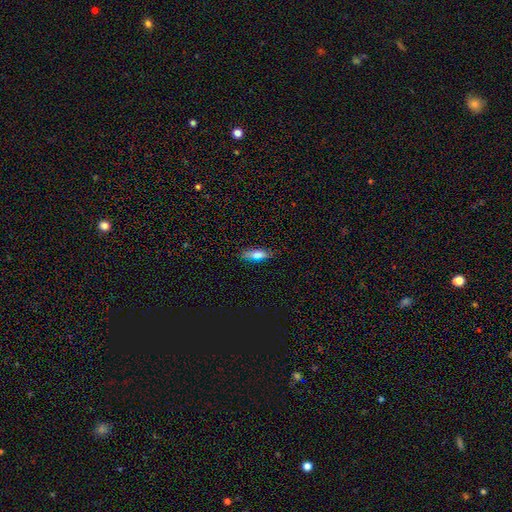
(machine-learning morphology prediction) Overall: smooth (75%). How rounded: in between (59%; cigar-shaped 38%). Merging: none (83%).